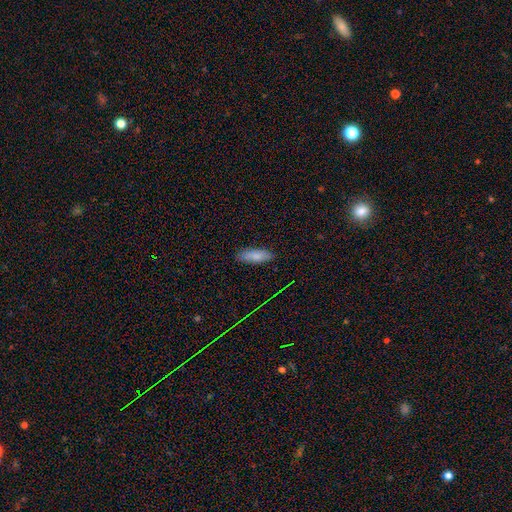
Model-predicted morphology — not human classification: Q: Smooth or featured?
A: smooth (85%); runner-up: featured or disk (8%)
Q: How rounded?
A: in between (65%); runner-up: cigar-shaped (33%)
Q: Merging?
A: none (86%); runner-up: minor disturbance (11%)